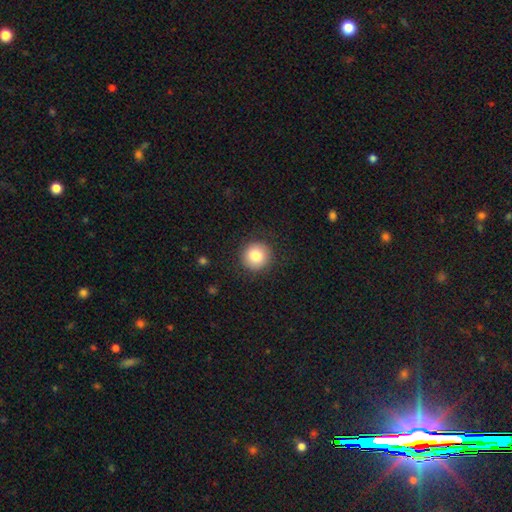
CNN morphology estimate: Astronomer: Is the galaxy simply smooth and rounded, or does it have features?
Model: smooth — 83%.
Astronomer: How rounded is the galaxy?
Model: round — 93%.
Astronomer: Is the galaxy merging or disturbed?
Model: none — 89%.